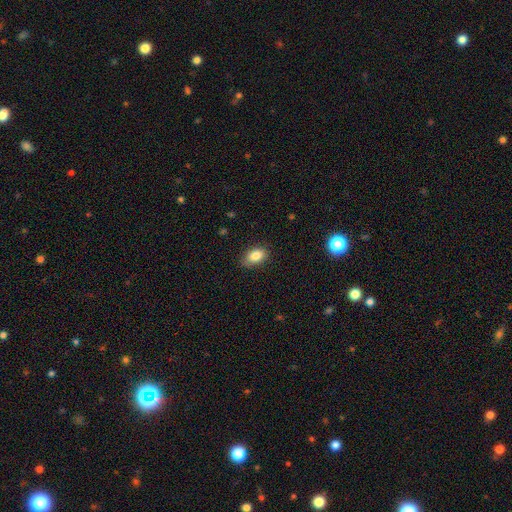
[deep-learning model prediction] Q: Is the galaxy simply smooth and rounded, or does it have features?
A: smooth — 85%.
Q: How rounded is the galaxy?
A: in between — 85%.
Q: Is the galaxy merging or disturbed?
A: none — 81%.